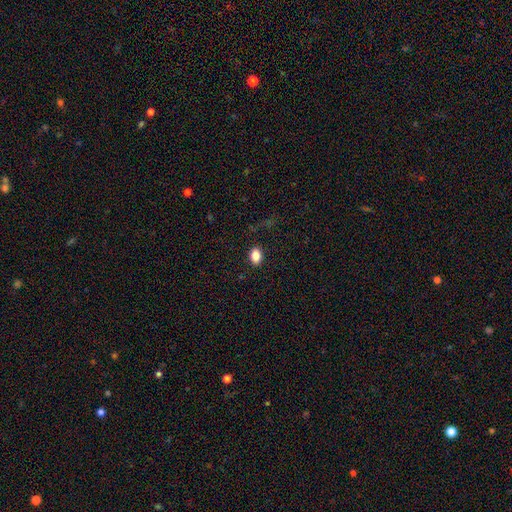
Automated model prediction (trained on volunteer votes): Smooth or featured: smooth — 85% (star or artifact — 10%)
How rounded: in between — 81% (round — 18%)
Merging: none — 88% (minor disturbance — 9%)